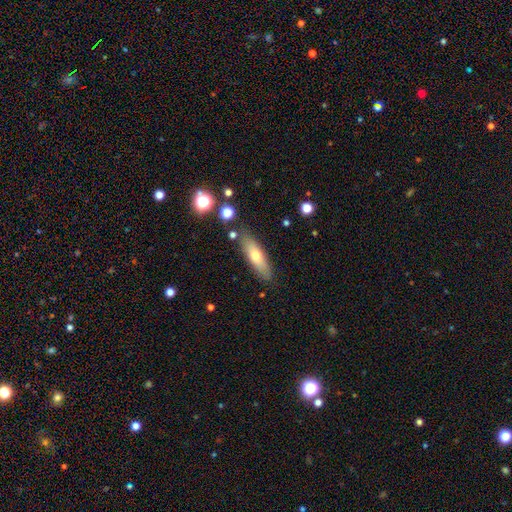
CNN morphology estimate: Q: Smooth or featured?
A: smooth (61%); runner-up: featured or disk (32%)
Q: How rounded?
A: cigar-shaped (59%); runner-up: in between (38%)
Q: Merging?
A: none (82%); runner-up: minor disturbance (12%)